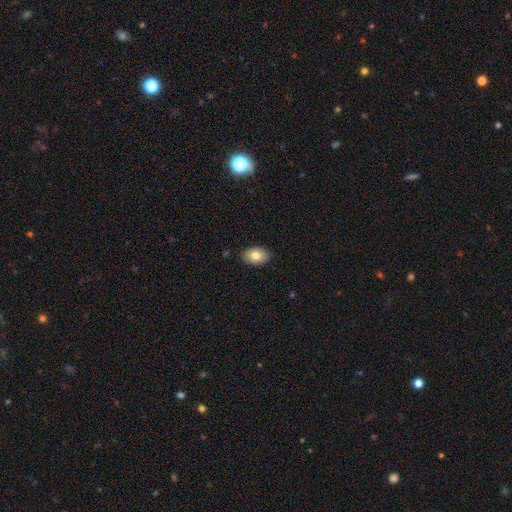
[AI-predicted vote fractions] Overall: smooth (78%). How rounded: in between (88%). Merging: none (87%).